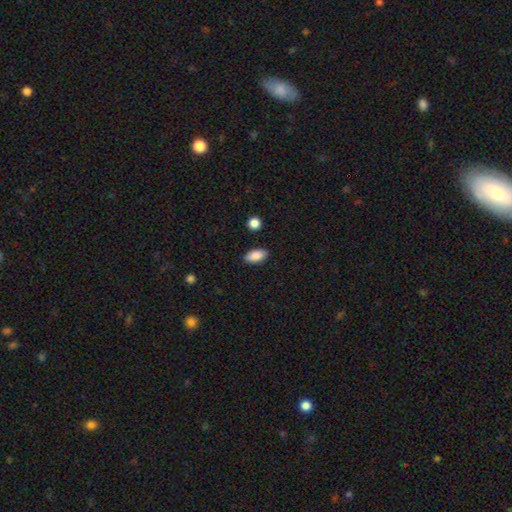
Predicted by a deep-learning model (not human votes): This appears to be a smooth galaxy with no disk features (87%) that is in between round and cigar-shaped (90%). Merging: none (87%).